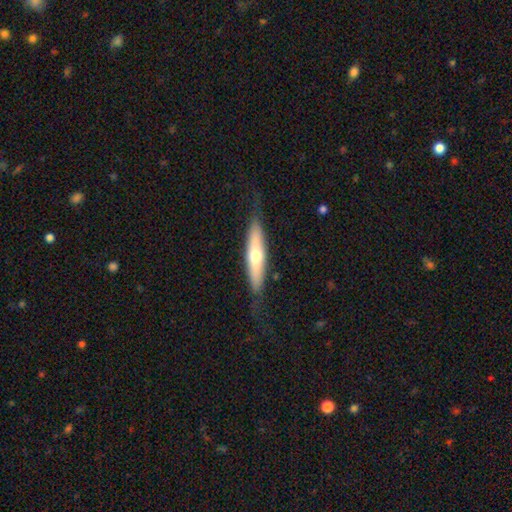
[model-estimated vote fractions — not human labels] Overall: smooth (50%; featured or disk 45%). How rounded: cigar-shaped (75%). Merging: none (78%).